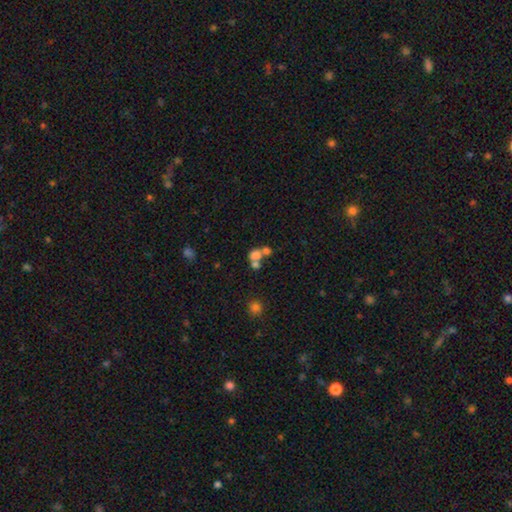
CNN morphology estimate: smooth-or-featured: smooth: 69% | featured or disk: 16% | star or artifact: 15%
  how-rounded: round: 66% | in between: 32% | cigar-shaped: 1%
  merging: merger: 57% | none: 30% | minor disturbance: 7% | major disturbance: 6%